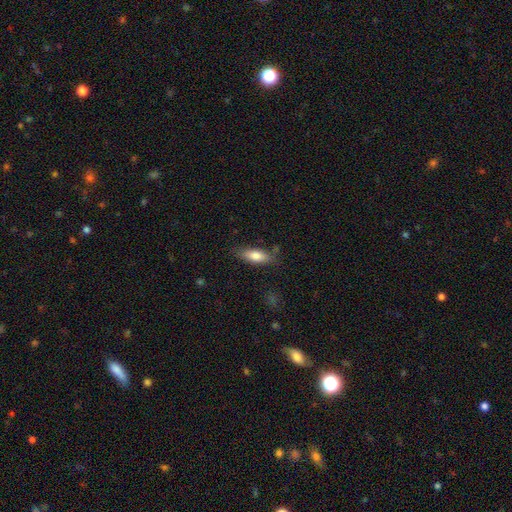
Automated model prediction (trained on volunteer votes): This appears to be a smooth galaxy with no disk features (79%) that is in between round and cigar-shaped (66%). Merging: none (77%).